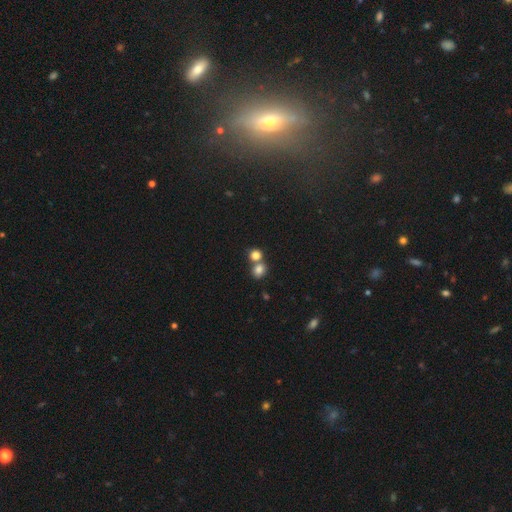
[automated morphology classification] Overall: smooth (80%). How rounded: round (75%). Merging: merger (48%; none 43%).